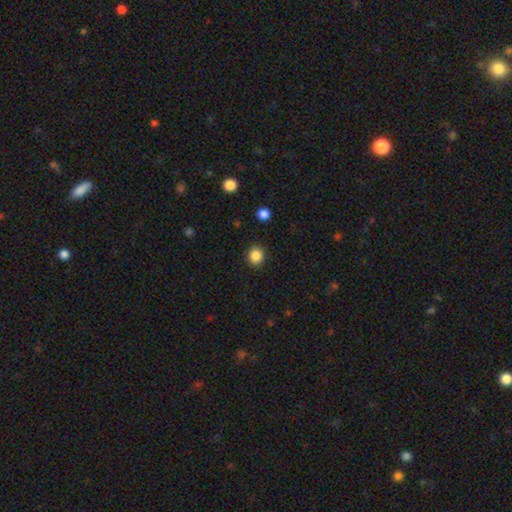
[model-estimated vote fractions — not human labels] smooth-or-featured: smooth: 86% | star or artifact: 10% | featured or disk: 3%
  how-rounded: round: 84% | in between: 15% | cigar-shaped: 1%
  merging: none: 90% | minor disturbance: 6% | major disturbance: 2% | merger: 1%